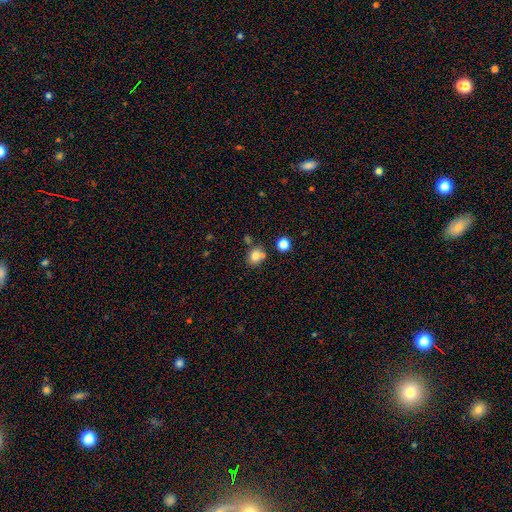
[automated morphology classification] type=smooth (79%); roundness=round (62%); merging=none (60%).